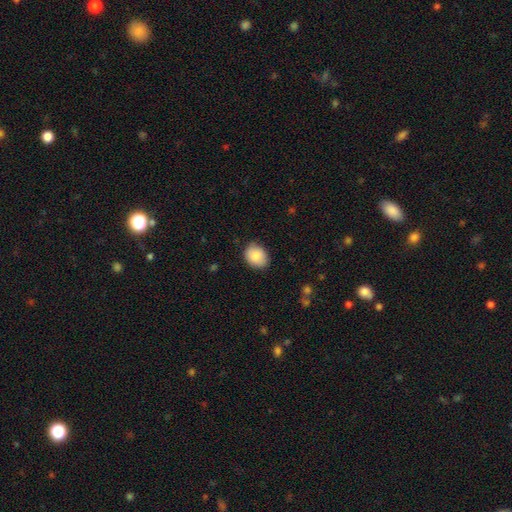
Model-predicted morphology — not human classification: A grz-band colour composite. It shows a smooth galaxy with no disk features (85%) that is in between round and cigar-shaped (54%). Merging: none (82%).